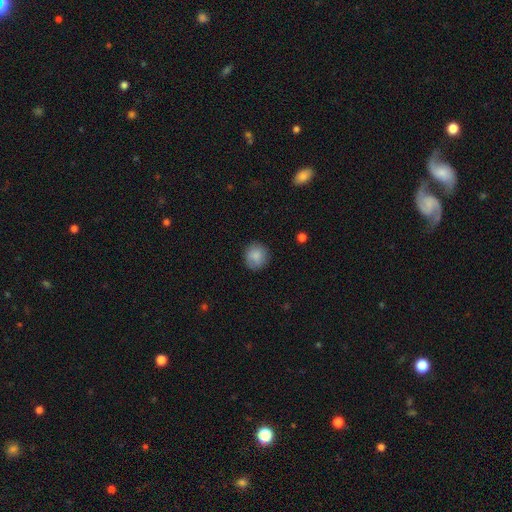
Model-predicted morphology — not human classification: This is clearly a smooth galaxy (85%). How rounded: clearly round (91%). Merging: clearly none (86%).